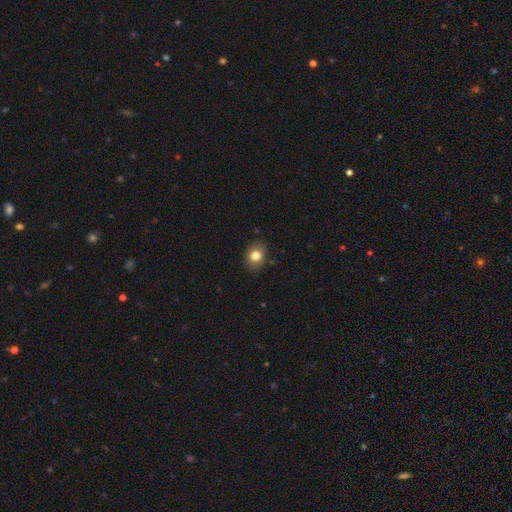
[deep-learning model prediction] smooth 80%, featured or disk 10%, star or artifact 10%. Down the decision tree: how rounded — in between (55%); merging — none (85%).